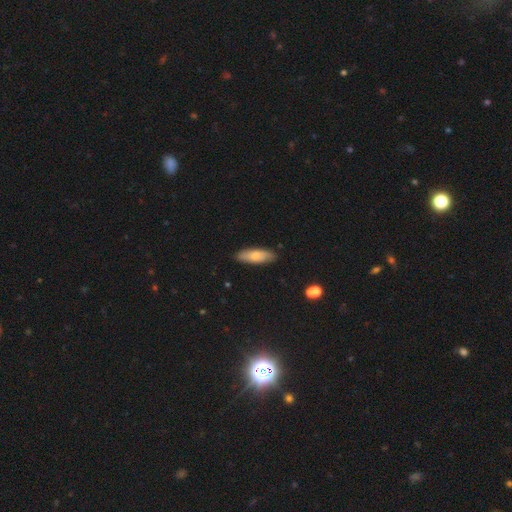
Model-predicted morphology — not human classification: Smooth or featured? Predicted: smooth (p=0.70). How rounded? Predicted: in between (p=0.60). Merging? Predicted: none (p=0.86).